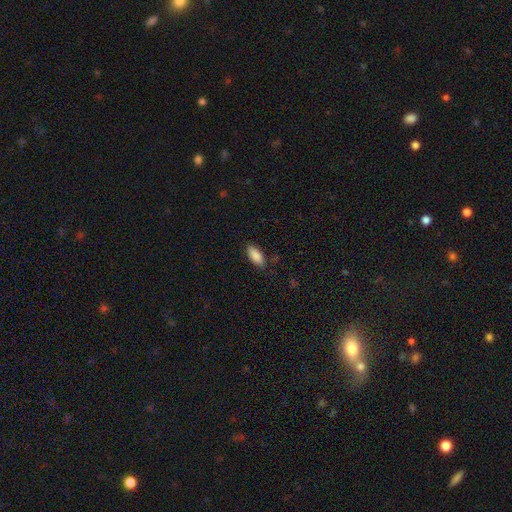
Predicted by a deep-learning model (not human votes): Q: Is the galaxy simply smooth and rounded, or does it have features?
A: smooth — 88%.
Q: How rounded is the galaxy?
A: in between — 83%.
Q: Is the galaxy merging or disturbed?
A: none — 83%.